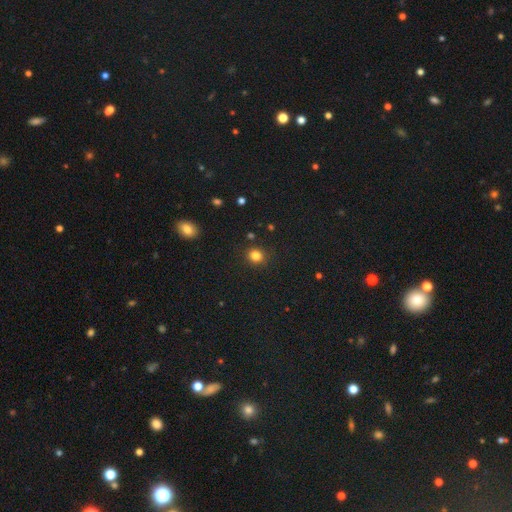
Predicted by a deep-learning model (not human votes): The model was most divided on "how rounded": round: 82%, in between: 17%, cigar-shaped: 1%. More confident: merging — none (88%); smooth or featured — smooth (82%).